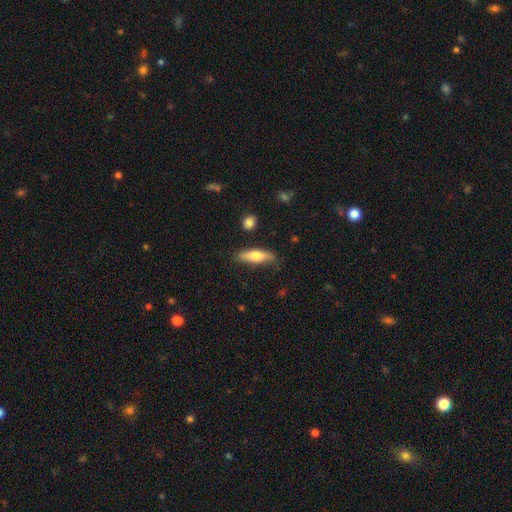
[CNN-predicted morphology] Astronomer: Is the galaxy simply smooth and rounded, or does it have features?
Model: smooth — 64%.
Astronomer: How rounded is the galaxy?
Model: cigar-shaped — 66%.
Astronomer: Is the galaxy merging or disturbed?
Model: none — 78%.